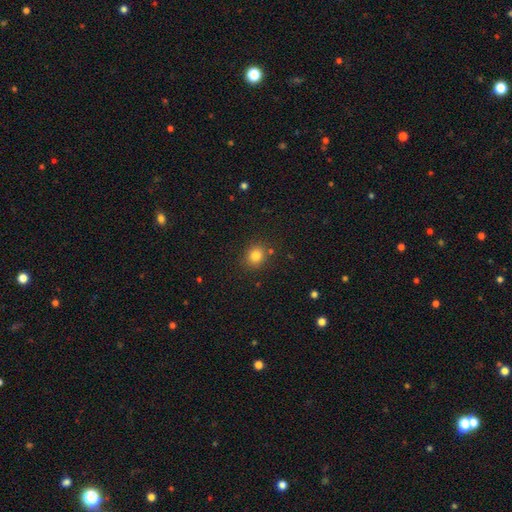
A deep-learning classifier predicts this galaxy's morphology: Smooth or featured: smooth — 82% (star or artifact — 12%)
How rounded: round — 78% (in between — 21%)
Merging: none — 83% (minor disturbance — 9%)